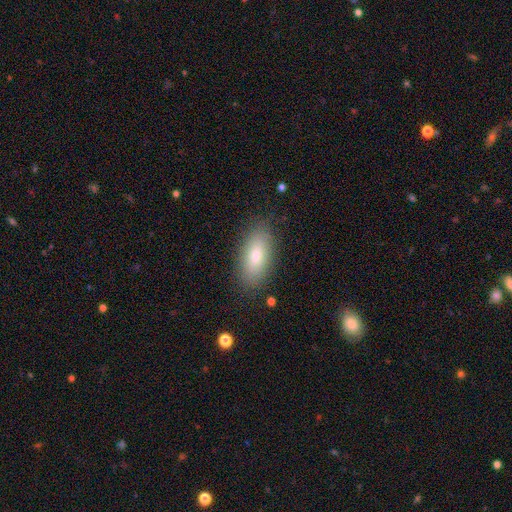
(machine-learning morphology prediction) A smooth galaxy with no disk features (77%) that is in between round and cigar-shaped (85%). Merging: none (85%).